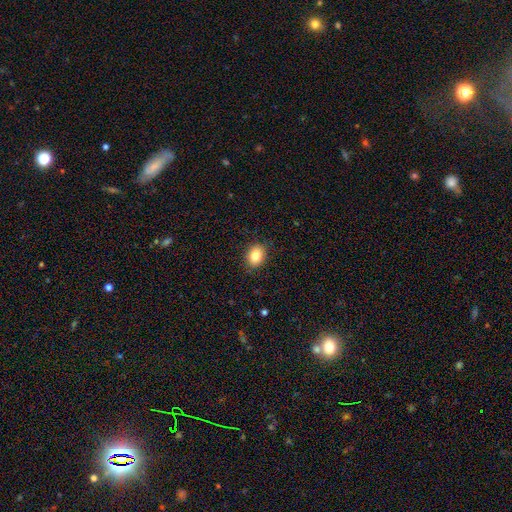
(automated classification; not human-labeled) smooth-or-featured: smooth: 83% | star or artifact: 9% | featured or disk: 8%
  how-rounded: in between: 65% | round: 34% | cigar-shaped: 1%
  merging: none: 88% | minor disturbance: 9% | major disturbance: 2% | merger: 1%